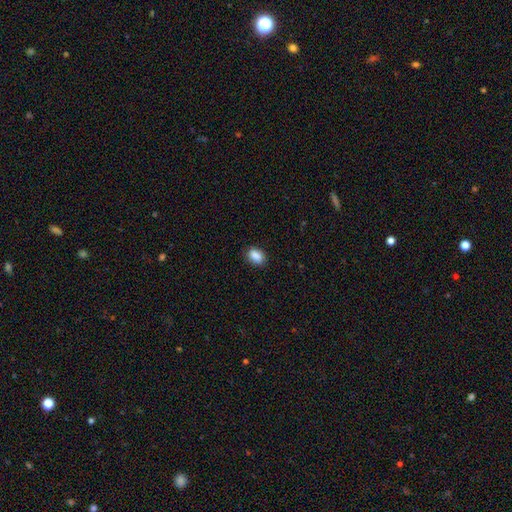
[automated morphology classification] A smooth galaxy with no disk features (89%) that is in between round and cigar-shaped (84%). Merging: none (86%).